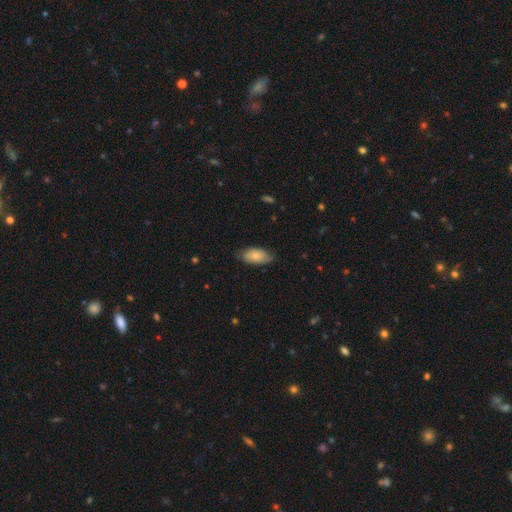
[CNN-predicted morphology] The model was most divided on "merging": none: 68%, minor disturbance: 27%, major disturbance: 5%, merger: 1%. More confident: how rounded — in between (92%); smooth or featured — smooth (72%).